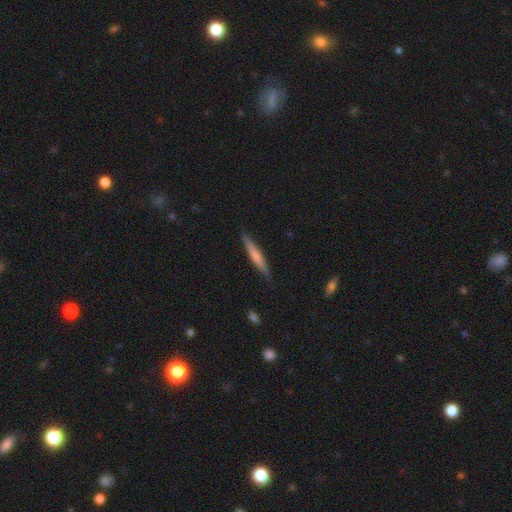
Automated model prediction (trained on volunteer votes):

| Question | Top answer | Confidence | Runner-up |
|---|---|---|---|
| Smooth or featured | smooth | 56% | featured or disk (39%) |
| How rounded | cigar-shaped | 95% | in between (4%) |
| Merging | none | 88% | minor disturbance (9%) |